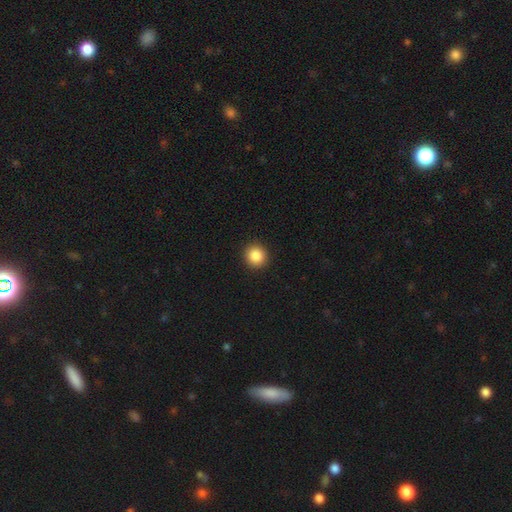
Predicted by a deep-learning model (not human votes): A smooth galaxy with no disk features (87%) that is round (92%).

Vote fractions:
- Smooth or featured? smooth: 87% / star or artifact: 10% / featured or disk: 4%
- How rounded? round: 92% / in between: 7% / cigar-shaped: 1%
- Merging? none: 93% / minor disturbance: 5% / major disturbance: 2% / merger: 1%